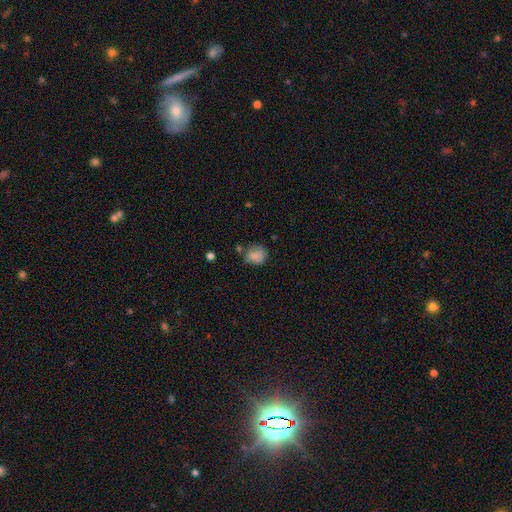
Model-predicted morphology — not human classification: Q: Smooth or featured?
A: smooth (81%); runner-up: star or artifact (10%)
Q: How rounded?
A: round (66%); runner-up: in between (33%)
Q: Merging?
A: none (58%); runner-up: minor disturbance (27%)